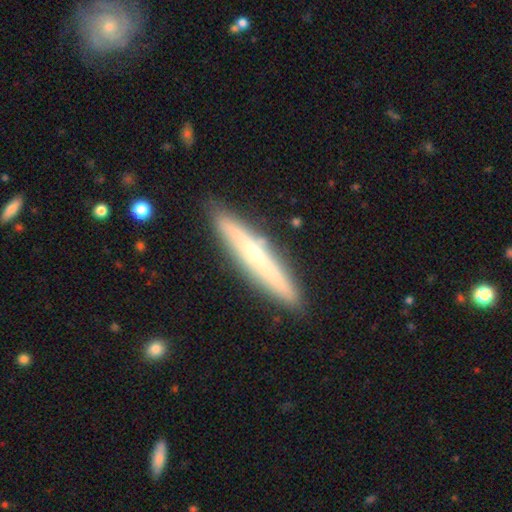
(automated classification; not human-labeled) Smooth or featured? featured or disk (55%)
Edge-on disk? yes (91%)
Edge-on bulge? rounded (58%)
Merging? none (88%)